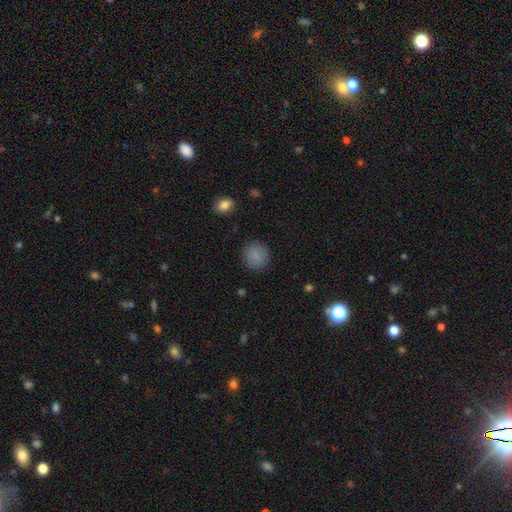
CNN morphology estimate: This is clearly a smooth galaxy (86%). How rounded: clearly round (87%). Merging: clearly none (88%).